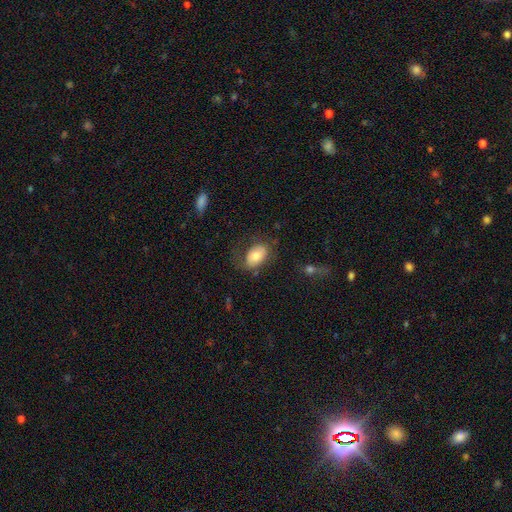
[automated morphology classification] Smooth or featured?
  - smooth: 74% *
  - featured or disk: 19%
  - star or artifact: 7%
How rounded?
  - in between: 89% *
  - round: 10%
  - cigar-shaped: 1%
Merging?
  - none: 61% *
  - minor disturbance: 22%
  - major disturbance: 15%
  - merger: 3%